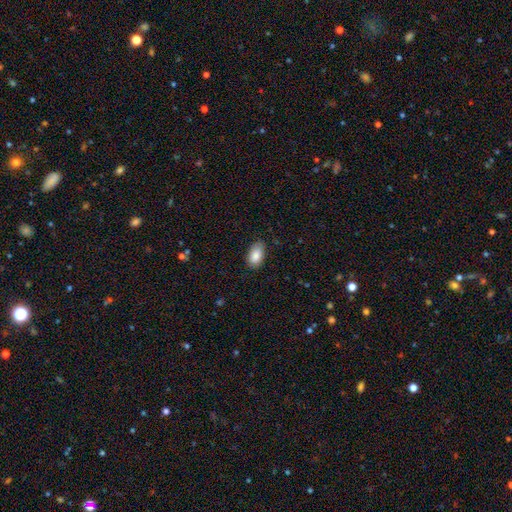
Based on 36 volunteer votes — Smooth or featured: smooth — 89% (featured or disk — 6%)
How rounded: in between — 100%
Merging: none — 65% (minor disturbance — 35%)